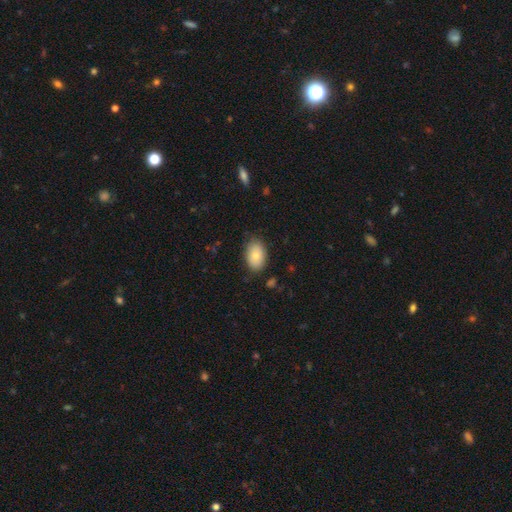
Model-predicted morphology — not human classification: A smooth galaxy with no disk features (78%) that is in between round and cigar-shaped (88%). Merging: none (79%).